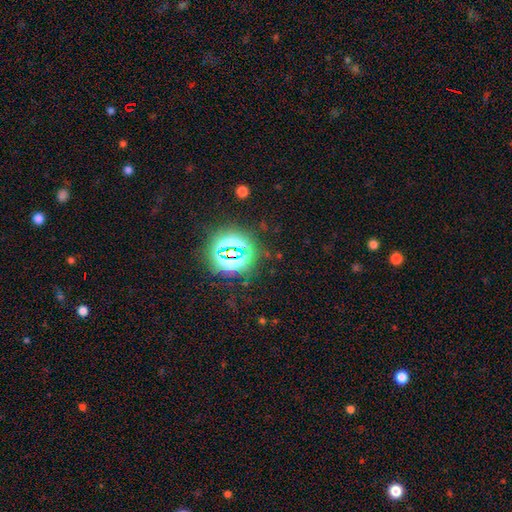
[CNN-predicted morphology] Q: Smooth or featured?
A: star or artifact (84%); runner-up: smooth (10%)